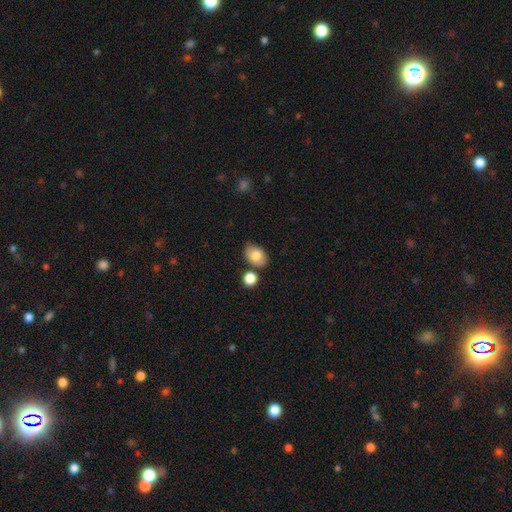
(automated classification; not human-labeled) This is likely a smooth galaxy (79%). How rounded: clearly in between (81%). Merging: likely none (70%).